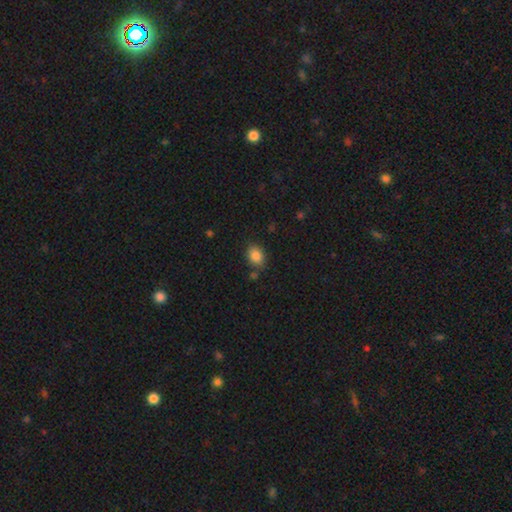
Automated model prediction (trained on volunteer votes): smooth-or-featured: smooth: 85% | star or artifact: 9% | featured or disk: 6%
  how-rounded: in between: 69% | round: 30% | cigar-shaped: 1%
  merging: none: 77% | minor disturbance: 13% | merger: 6% | major disturbance: 3%